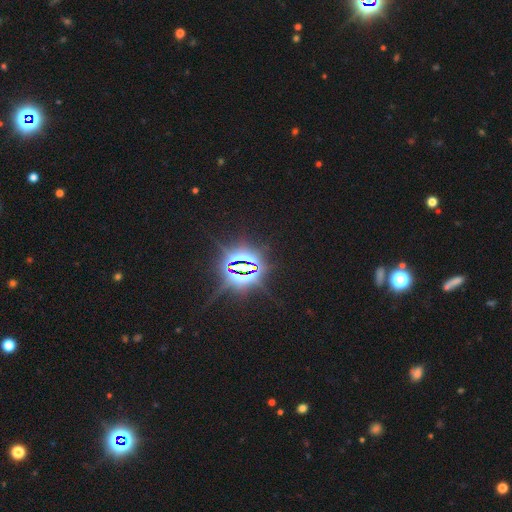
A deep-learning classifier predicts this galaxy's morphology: Smooth or featured: star or artifact — 87% (smooth — 8%)